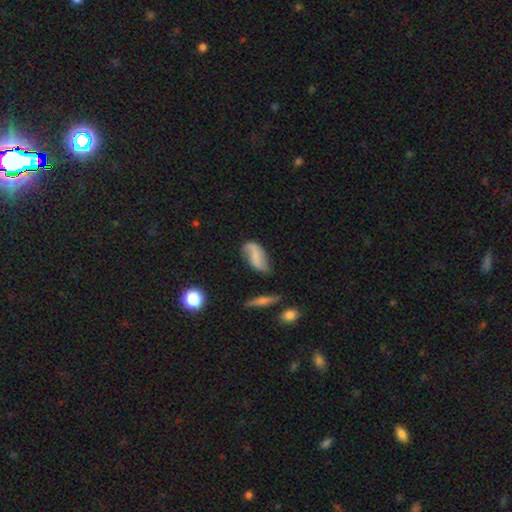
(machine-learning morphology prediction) type=smooth (53%); roundness=in between (86%); merging=none (53%).